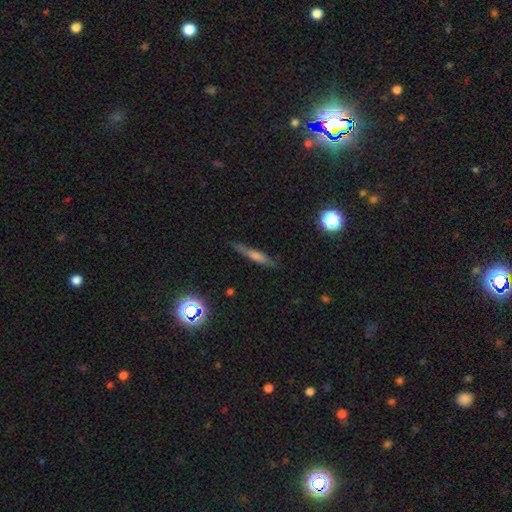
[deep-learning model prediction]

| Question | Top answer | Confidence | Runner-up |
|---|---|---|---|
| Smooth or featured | featured or disk | 52% | smooth (33%) |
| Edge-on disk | yes | 93% | no (7%) |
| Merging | none | 87% | minor disturbance (9%) |